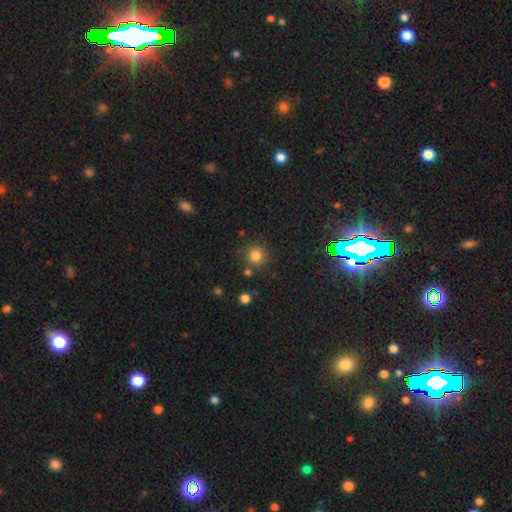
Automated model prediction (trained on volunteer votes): Overall: smooth (80%). How rounded: round (93%). Merging: none (81%).